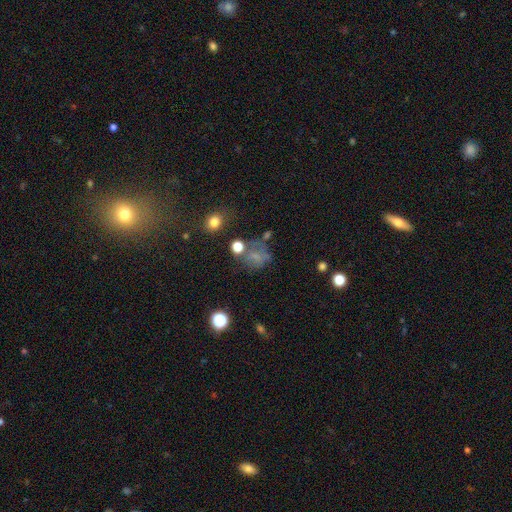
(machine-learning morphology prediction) This is possibly a smooth galaxy (53%). How rounded: likely round (64%). Merging: marginally none (42%).